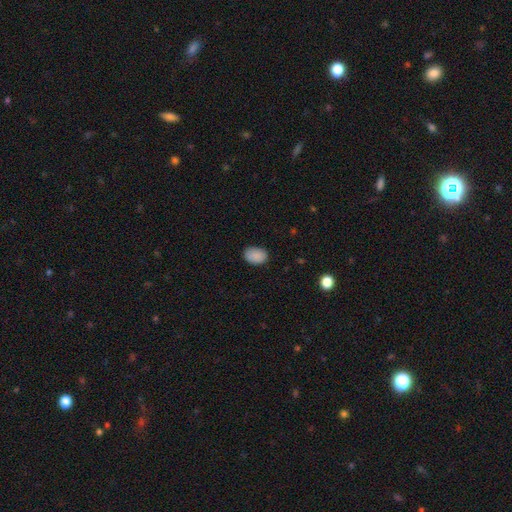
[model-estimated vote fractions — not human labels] Smooth or featured?
  - smooth: 89% *
  - star or artifact: 8%
  - featured or disk: 3%
How rounded?
  - in between: 84% *
  - round: 15%
  - cigar-shaped: 1%
Merging?
  - none: 84% *
  - minor disturbance: 12%
  - major disturbance: 2%
  - merger: 1%